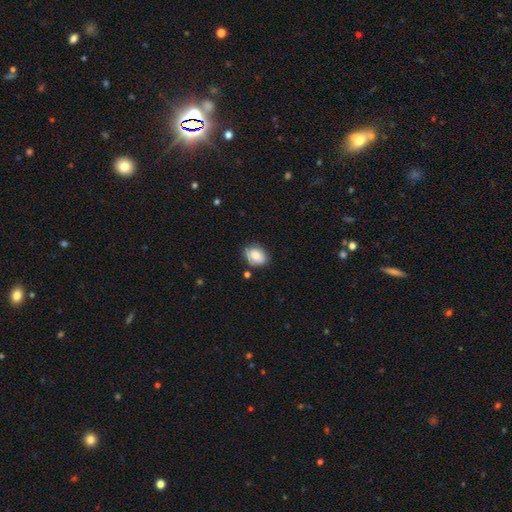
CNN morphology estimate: The model was most divided on "how rounded": in between: 76%, round: 23%, cigar-shaped: 1%. More confident: smooth or featured — smooth (84%); merging — none (75%).